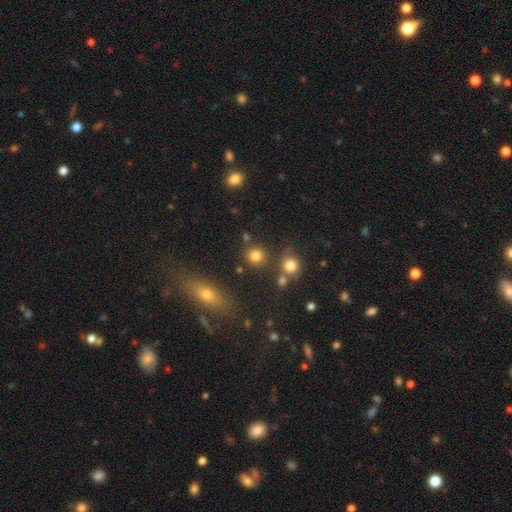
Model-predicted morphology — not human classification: type=smooth (81%); roundness=round (89%); merging=none (79%).